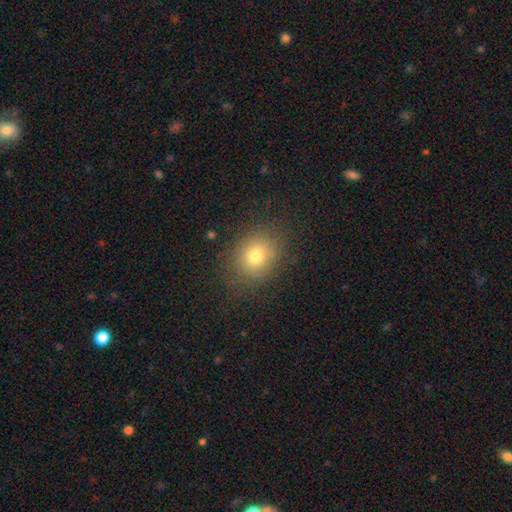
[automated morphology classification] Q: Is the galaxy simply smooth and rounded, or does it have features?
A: smooth — 75%.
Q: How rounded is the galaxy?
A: round — 60%.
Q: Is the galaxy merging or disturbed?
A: none — 83%.